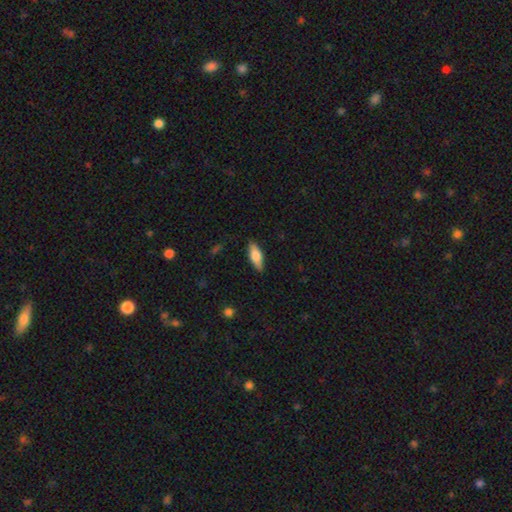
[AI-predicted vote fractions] Smooth or featured? Predicted: smooth (p=0.71). How rounded? Predicted: in between (p=0.70). Merging? Predicted: none (p=0.85).